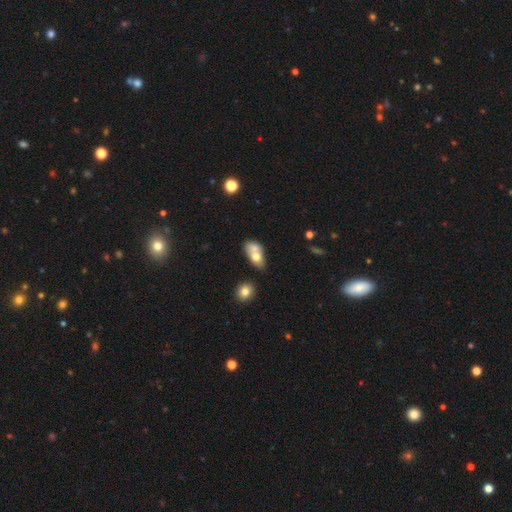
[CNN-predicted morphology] smooth_or_featured: smooth (p=0.67) [alt: featured or disk p=0.25]
how_rounded: in between (p=0.81) [alt: round p=0.15]
merging: merger (p=0.60) [alt: none p=0.25]